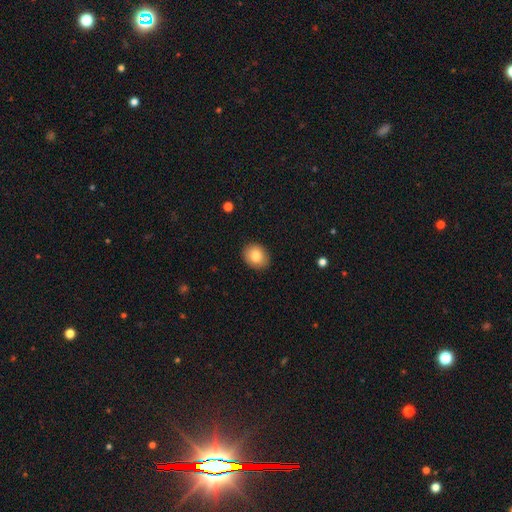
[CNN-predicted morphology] Q: Smooth or featured?
A: smooth (82%); runner-up: featured or disk (9%)
Q: How rounded?
A: round (53%); runner-up: in between (46%)
Q: Merging?
A: none (89%); runner-up: minor disturbance (8%)